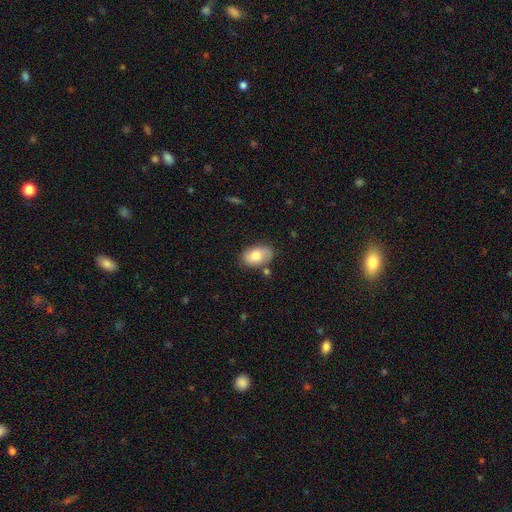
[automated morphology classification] This is likely a smooth galaxy (73%). How rounded: clearly in between (89%). Merging: likely none (71%).